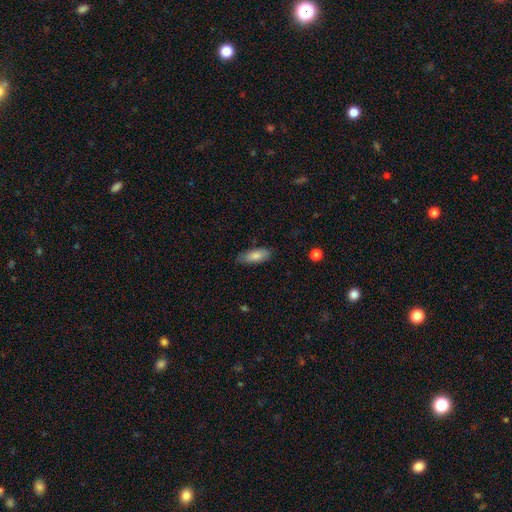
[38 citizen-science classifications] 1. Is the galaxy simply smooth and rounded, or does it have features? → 87% smooth, 8% star or artifact, 5% featured or disk.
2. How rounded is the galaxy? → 73% in between, 24% cigar-shaped, 3% round.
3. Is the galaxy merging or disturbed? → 97% none, 3% minor disturbance, 0% major disturbance, 0% merger.